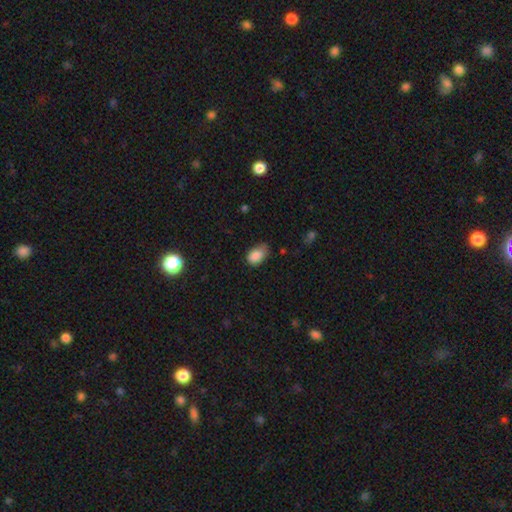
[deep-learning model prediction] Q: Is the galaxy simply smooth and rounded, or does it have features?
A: smooth — 86%.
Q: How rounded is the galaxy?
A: in between — 81%.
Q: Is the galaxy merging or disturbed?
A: none — 47%.